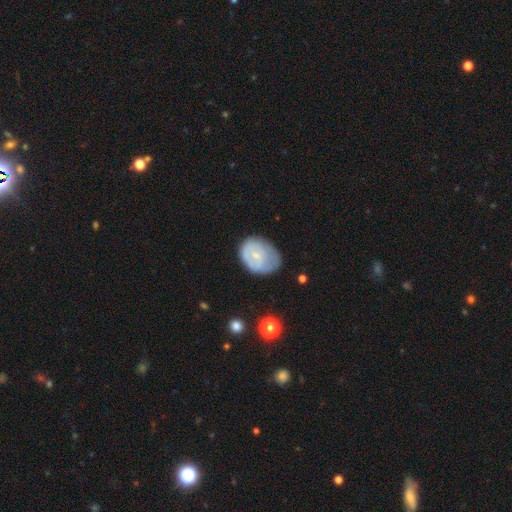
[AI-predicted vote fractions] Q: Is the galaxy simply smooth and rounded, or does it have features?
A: smooth — 52%.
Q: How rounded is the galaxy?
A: in between — 62%.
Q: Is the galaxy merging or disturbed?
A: none — 50%.